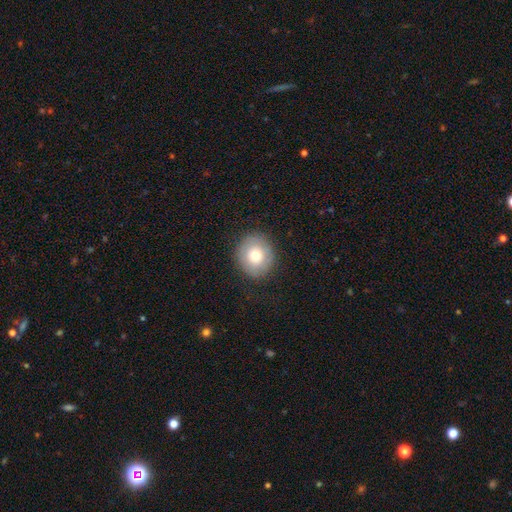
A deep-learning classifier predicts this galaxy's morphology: Q: Smooth or featured?
A: smooth (71%); runner-up: featured or disk (20%)
Q: How rounded?
A: round (82%); runner-up: in between (17%)
Q: Merging?
A: none (87%); runner-up: minor disturbance (9%)